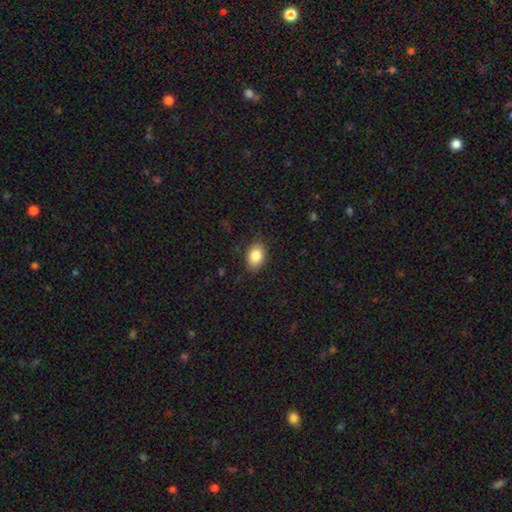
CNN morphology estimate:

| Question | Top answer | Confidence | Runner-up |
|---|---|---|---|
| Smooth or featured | smooth | 85% | featured or disk (7%) |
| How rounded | in between | 83% | round (16%) |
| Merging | none | 82% | minor disturbance (14%) |